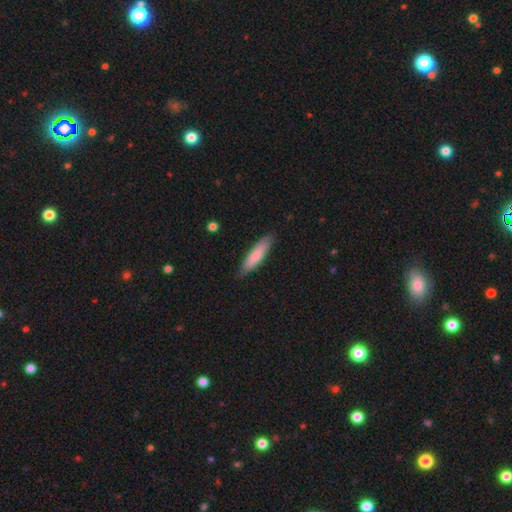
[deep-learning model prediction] A smooth galaxy with no disk features (77%) that is cigar-shaped (69%). Merging: none (83%).